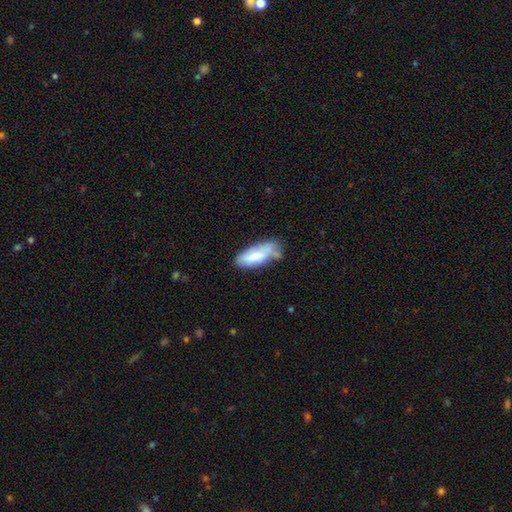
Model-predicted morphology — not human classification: A smooth galaxy with no disk features (71%) that is in between round and cigar-shaped (78%).

Vote fractions:
- Smooth or featured? smooth: 71% / featured or disk: 22% / star or artifact: 7%
- How rounded? in between: 78% / cigar-shaped: 20% / round: 2%
- Merging? none: 41% / minor disturbance: 35% / major disturbance: 13% / merger: 11%